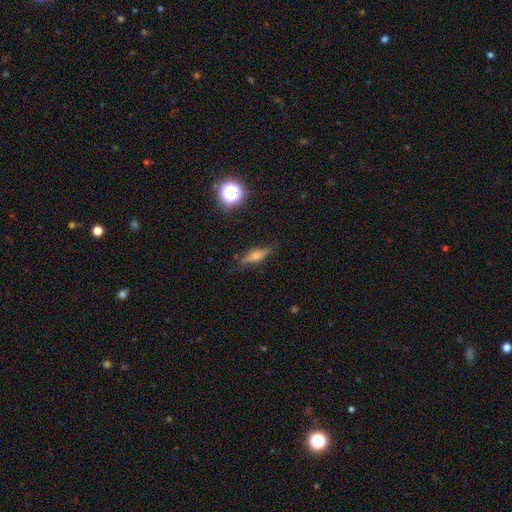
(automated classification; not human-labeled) Smooth or featured: smooth — 57% (featured or disk — 32%)
How rounded: cigar-shaped — 60% (in between — 36%)
Merging: none — 80% (minor disturbance — 15%)